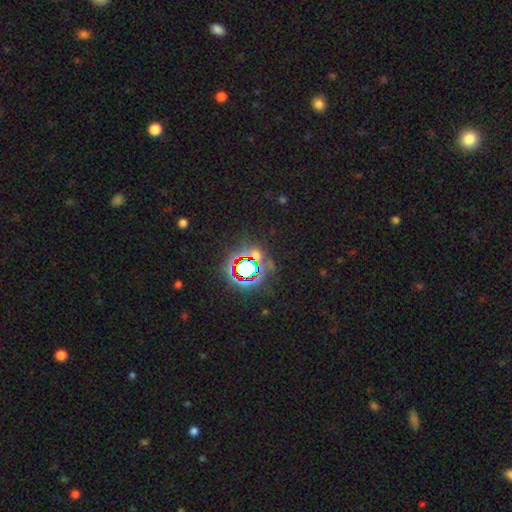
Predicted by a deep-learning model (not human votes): The model was most divided on "smooth or featured": star or artifact: 66%, smooth: 22%, featured or disk: 11%.